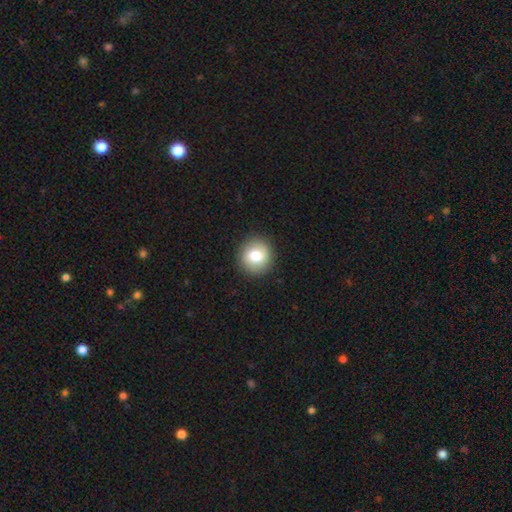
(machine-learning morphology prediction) The model was most divided on "smooth or featured": smooth: 76%, featured or disk: 15%, star or artifact: 9%. More confident: how rounded — round (91%); merging — none (91%).